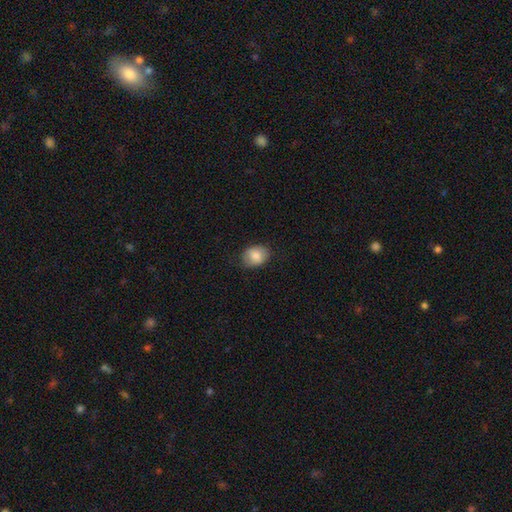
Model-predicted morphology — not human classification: smooth 81%, featured or disk 11%, star or artifact 8%. Down the decision tree: how rounded — in between (57%); merging — none (79%).